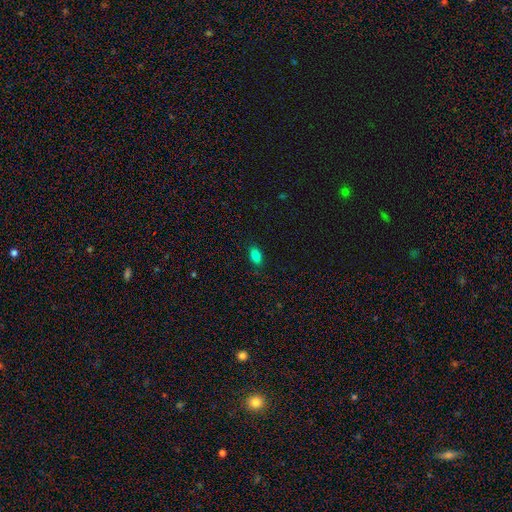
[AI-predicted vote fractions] A smooth galaxy with no disk features (85%) that is in between round and cigar-shaped (91%).

Vote fractions:
- Smooth or featured? smooth: 85% / star or artifact: 11% / featured or disk: 4%
- How rounded? in between: 91% / round: 6% / cigar-shaped: 3%
- Merging? none: 86% / minor disturbance: 10% / major disturbance: 2% / merger: 1%